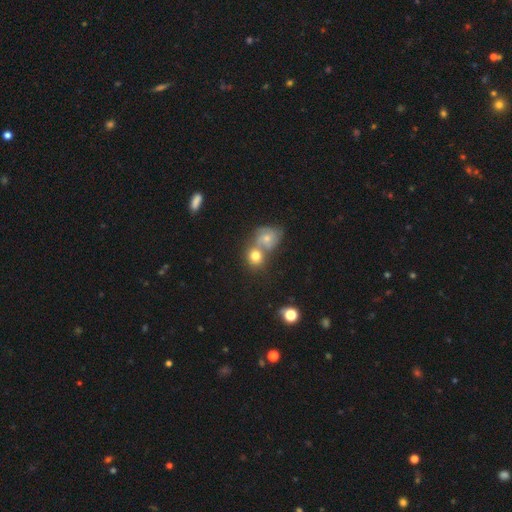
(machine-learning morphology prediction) This is likely a smooth galaxy (70%). How rounded: likely round (75%). Merging: possibly merger (49%).